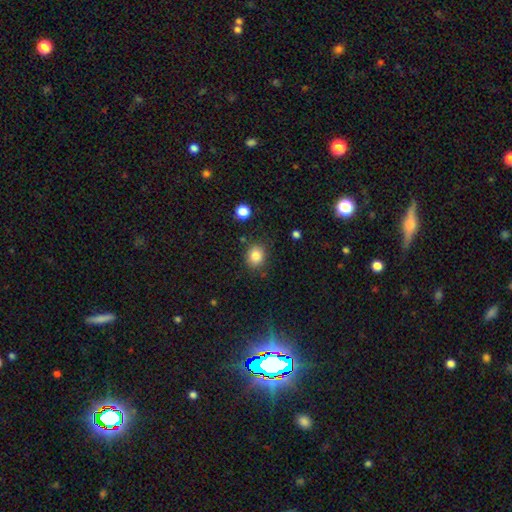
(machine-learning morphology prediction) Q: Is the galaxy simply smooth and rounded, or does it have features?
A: smooth — 84%.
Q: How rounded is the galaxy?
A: round — 68%.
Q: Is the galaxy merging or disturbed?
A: none — 82%.